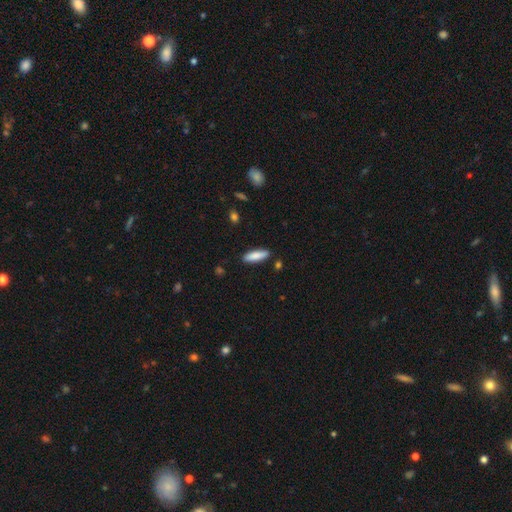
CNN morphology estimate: This is clearly a smooth galaxy (84%). How rounded: possibly cigar-shaped (57%). Merging: clearly none (87%).